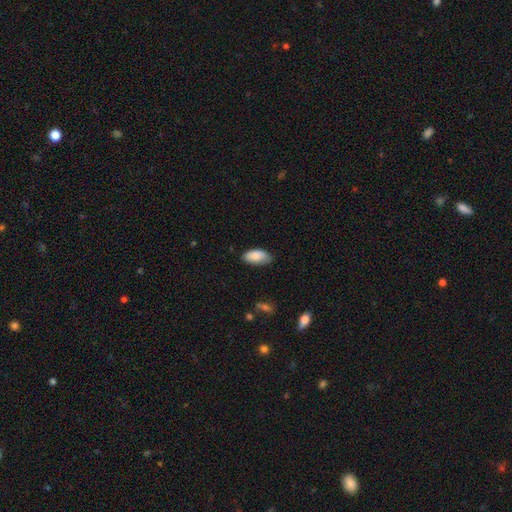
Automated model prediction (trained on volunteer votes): smooth-or-featured: smooth: 87% | featured or disk: 7% | star or artifact: 6%
  how-rounded: in between: 93% | cigar-shaped: 4% | round: 2%
  merging: none: 75% | minor disturbance: 21% | major disturbance: 3% | merger: 1%